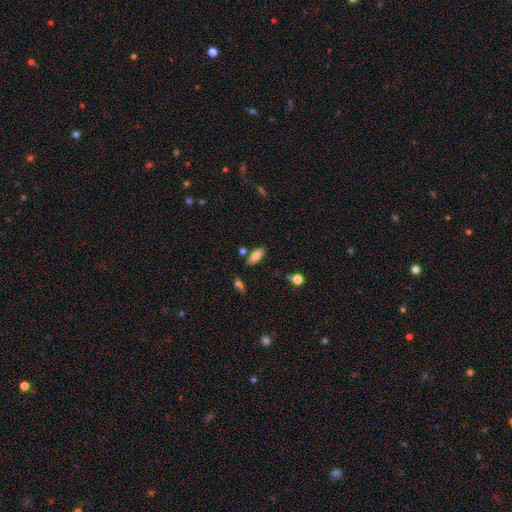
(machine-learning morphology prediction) Q: Smooth or featured?
A: smooth (75%); runner-up: featured or disk (17%)
Q: How rounded?
A: in between (86%); runner-up: cigar-shaped (12%)
Q: Merging?
A: none (80%); runner-up: minor disturbance (12%)